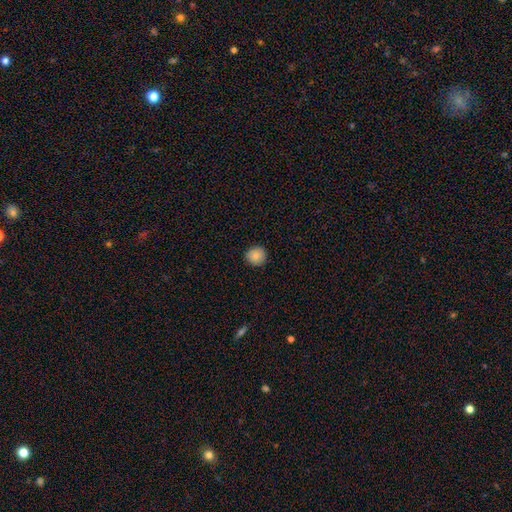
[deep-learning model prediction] Smooth or featured?
  - smooth: 84% *
  - star or artifact: 9%
  - featured or disk: 7%
How rounded?
  - round: 94% *
  - in between: 5%
  - cigar-shaped: 1%
Merging?
  - none: 92% *
  - minor disturbance: 6%
  - major disturbance: 2%
  - merger: 1%